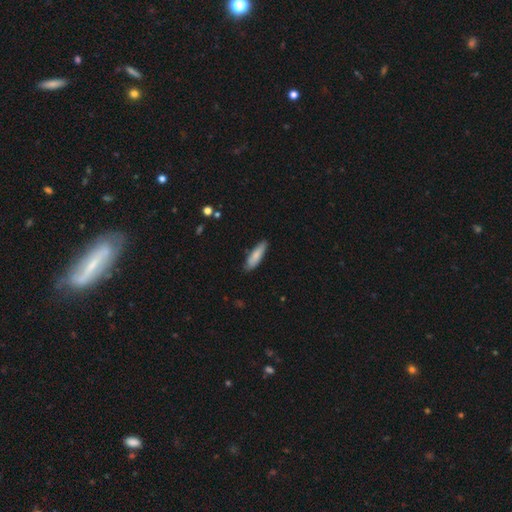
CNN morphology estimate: Smooth or featured: smooth — 81% (featured or disk — 14%)
How rounded: cigar-shaped — 62% (in between — 37%)
Merging: none — 79% (minor disturbance — 17%)